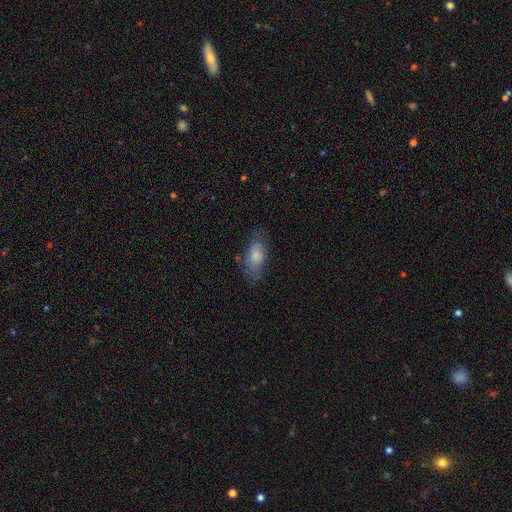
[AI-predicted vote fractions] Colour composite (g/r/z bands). It shows a smooth galaxy with no disk features (73%) that is in between round and cigar-shaped (88%). Merging: none (63%).